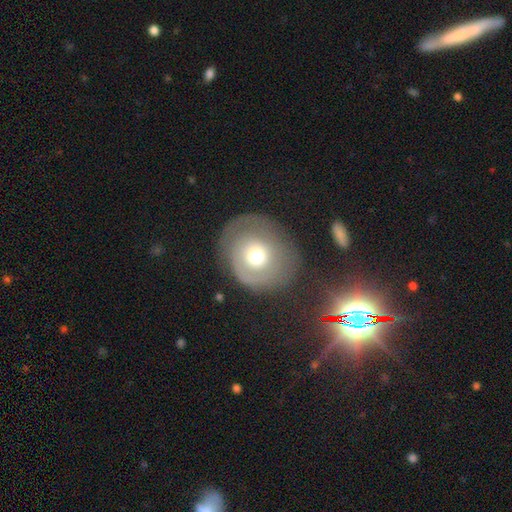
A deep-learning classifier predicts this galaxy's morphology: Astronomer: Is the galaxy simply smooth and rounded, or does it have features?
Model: smooth — 47% (runner-up: featured or disk, 44%).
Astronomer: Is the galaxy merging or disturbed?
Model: none — 61%.